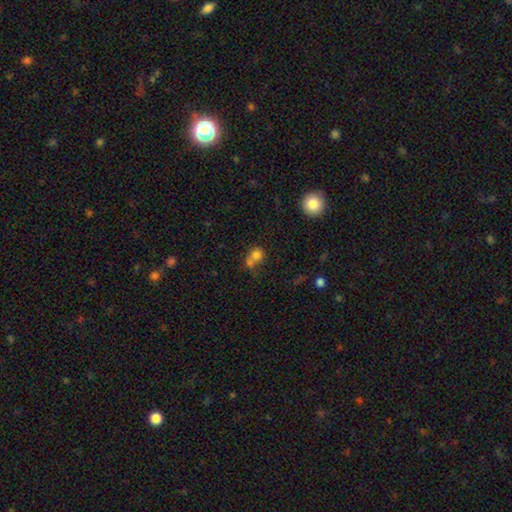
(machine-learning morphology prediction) smooth_or_featured: smooth (p=0.75) [alt: star or artifact p=0.14]
how_rounded: round (p=0.73) [alt: in between p=0.26]
merging: merger (p=0.50) [alt: none p=0.34]